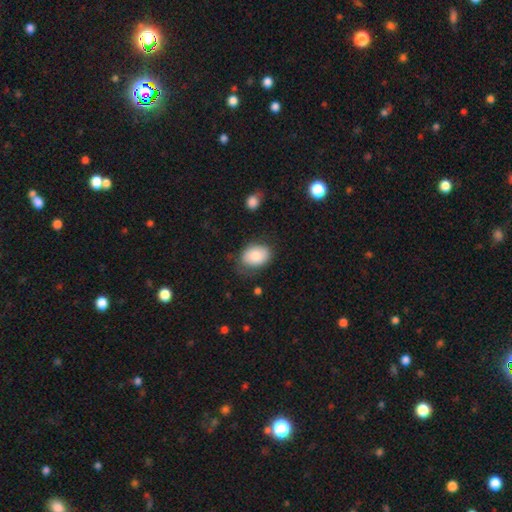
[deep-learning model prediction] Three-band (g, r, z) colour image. It shows a smooth galaxy with no disk features (80%) that is in between round and cigar-shaped (75%). Merging: none (71%).